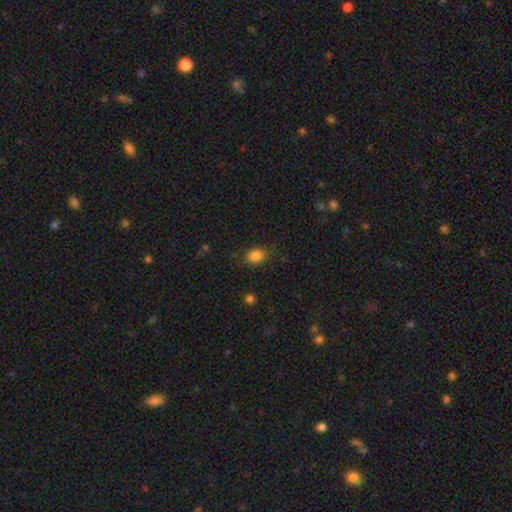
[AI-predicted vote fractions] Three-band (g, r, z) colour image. It shows a smooth galaxy with no disk features (84%) that is in between round and cigar-shaped (55%). Merging: none (80%).